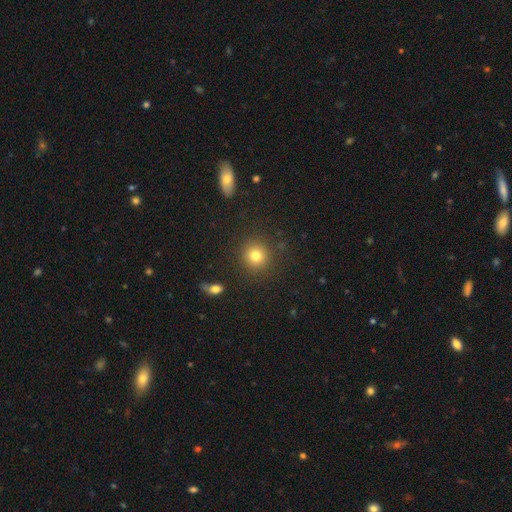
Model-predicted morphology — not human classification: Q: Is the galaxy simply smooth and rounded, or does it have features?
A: smooth — 80%.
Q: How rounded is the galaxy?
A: round — 92%.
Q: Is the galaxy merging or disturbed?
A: none — 88%.